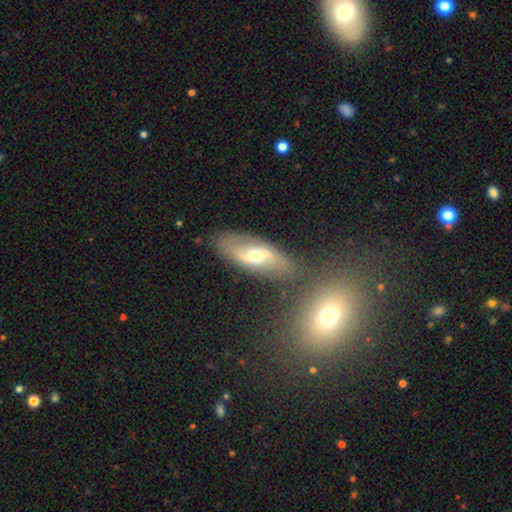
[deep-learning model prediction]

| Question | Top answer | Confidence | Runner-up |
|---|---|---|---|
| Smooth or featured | featured or disk | 66% | smooth (27%) |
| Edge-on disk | no | 86% | yes (14%) |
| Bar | weak | 44% | no (35%) |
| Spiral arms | yes | 79% | no (21%) |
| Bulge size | moderate | 67% | small (25%) |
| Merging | none | 73% | minor disturbance (14%) |